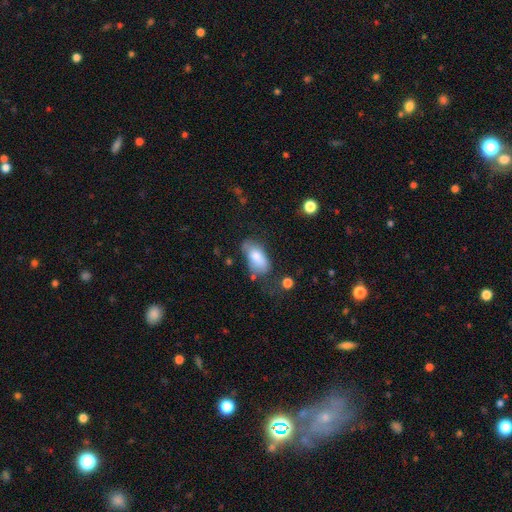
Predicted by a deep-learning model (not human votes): Q: Smooth or featured?
A: smooth (78%); runner-up: featured or disk (15%)
Q: How rounded?
A: in between (92%); runner-up: cigar-shaped (5%)
Q: Merging?
A: none (46%); runner-up: minor disturbance (32%)